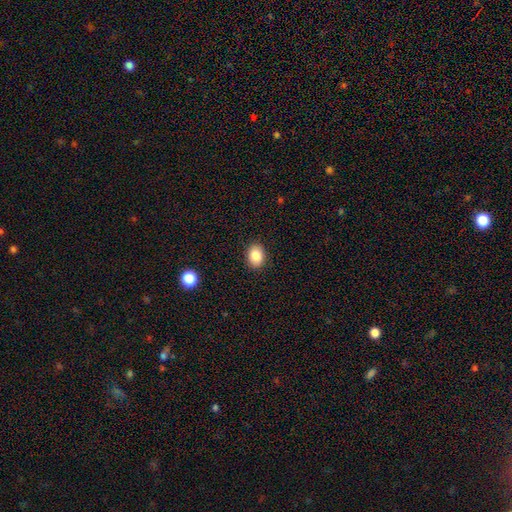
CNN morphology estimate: Smooth or featured?
  - smooth: 85% *
  - star or artifact: 9%
  - featured or disk: 6%
How rounded?
  - in between: 66% *
  - round: 33%
  - cigar-shaped: 1%
Merging?
  - none: 90% *
  - minor disturbance: 7%
  - major disturbance: 2%
  - merger: 1%